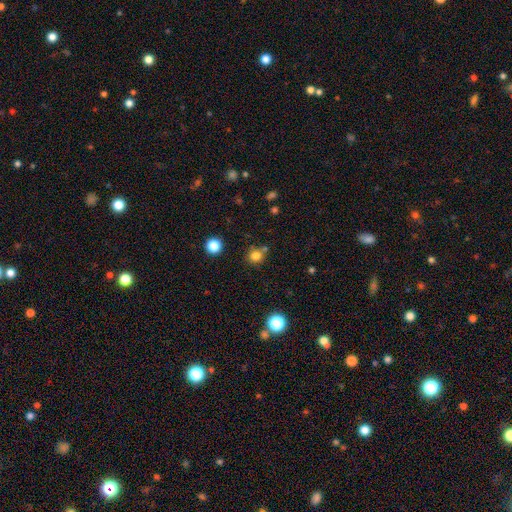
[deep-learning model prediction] smooth 79%, star or artifact 15%, featured or disk 6%. Down the decision tree: how rounded — round (90%); merging — none (73%).